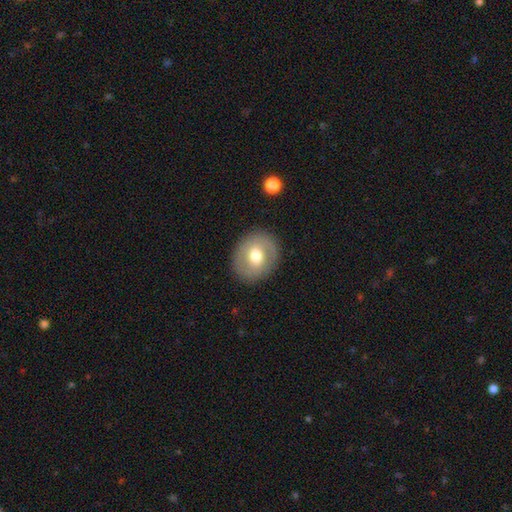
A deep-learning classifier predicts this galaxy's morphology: A smooth galaxy with no disk features (53%) that is round (66%).

Vote fractions:
- Smooth or featured? smooth: 53% / featured or disk: 40% / star or artifact: 7%
- How rounded? round: 66% / in between: 33% / cigar-shaped: 1%
- Merging? none: 86% / minor disturbance: 9% / major disturbance: 4% / merger: 1%